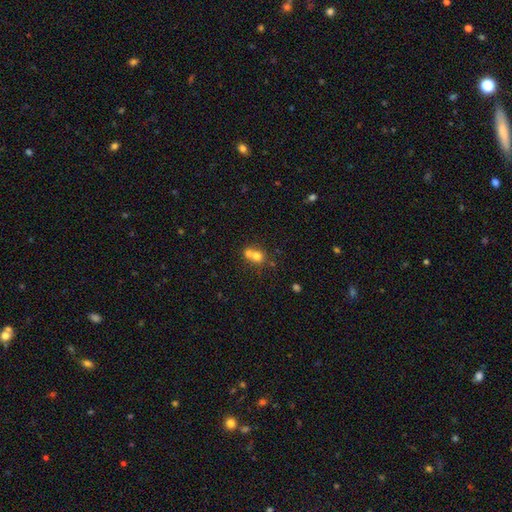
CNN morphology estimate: This appears to be a smooth galaxy with no disk features (71%) that is round (77%). Merging: merger (61%).